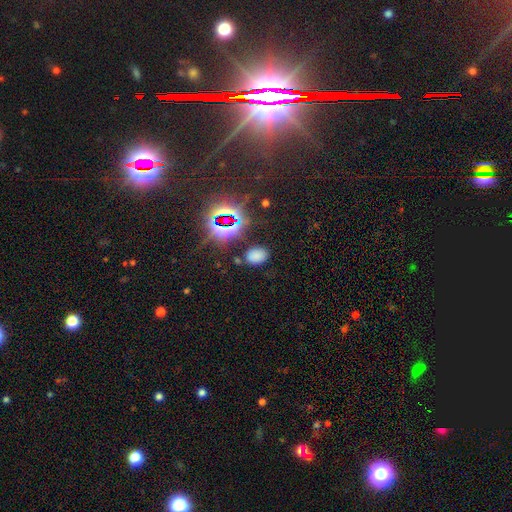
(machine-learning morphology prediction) Q: Smooth or featured?
A: smooth (68%); runner-up: star or artifact (26%)
Q: How rounded?
A: in between (83%); runner-up: round (16%)
Q: Merging?
A: none (80%); runner-up: minor disturbance (12%)